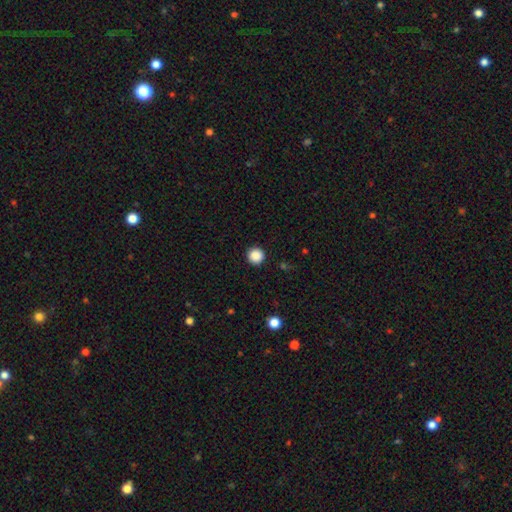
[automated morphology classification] A smooth galaxy with no disk features (88%) that is round (96%).

Vote fractions:
- Smooth or featured? smooth: 88% / star or artifact: 10% / featured or disk: 2%
- How rounded? round: 96% / in between: 3% / cigar-shaped: 1%
- Merging? none: 93% / minor disturbance: 5% / major disturbance: 2% / merger: 1%